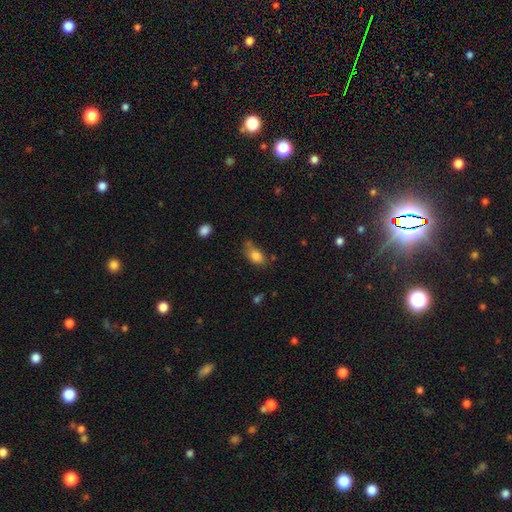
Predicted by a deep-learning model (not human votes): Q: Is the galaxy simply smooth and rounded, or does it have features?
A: smooth — 82%.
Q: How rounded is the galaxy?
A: in between — 85%.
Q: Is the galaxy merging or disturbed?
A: none — 45%.